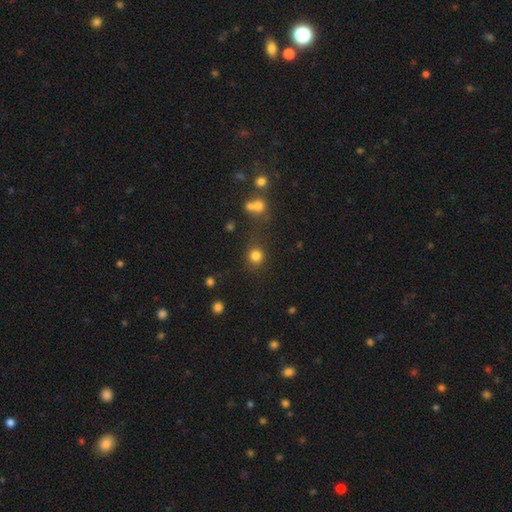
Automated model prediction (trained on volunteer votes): Smooth or featured? Predicted: smooth (p=0.81). How rounded? Predicted: round (p=0.90). Merging? Predicted: none (p=0.77).